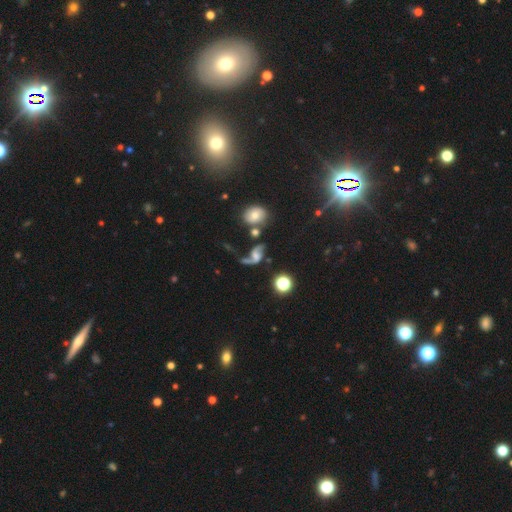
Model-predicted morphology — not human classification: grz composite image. It shows a featured or disk galaxy (77%) with no bar (50%), 2 (86%) loose (78%) spiral arms (94%) and a moderate central bulge (35%). Merging: none (47%).